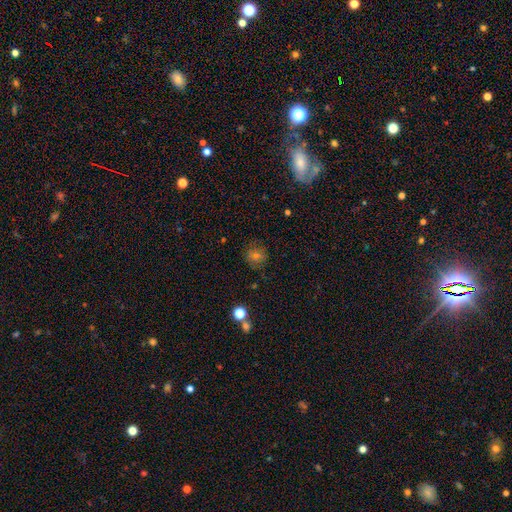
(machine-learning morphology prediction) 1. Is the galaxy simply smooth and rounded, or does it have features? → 58% smooth, 22% star or artifact, 20% featured or disk.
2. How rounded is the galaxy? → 85% round, 14% in between, 1% cigar-shaped.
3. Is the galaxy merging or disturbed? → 80% none, 13% minor disturbance, 5% major disturbance, 2% merger.